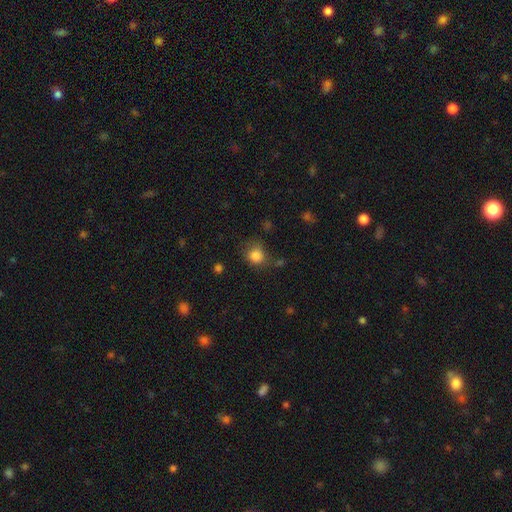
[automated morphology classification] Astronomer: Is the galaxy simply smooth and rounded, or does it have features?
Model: smooth — 84%.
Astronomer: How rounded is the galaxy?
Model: round — 79%.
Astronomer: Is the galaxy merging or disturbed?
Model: none — 63%.